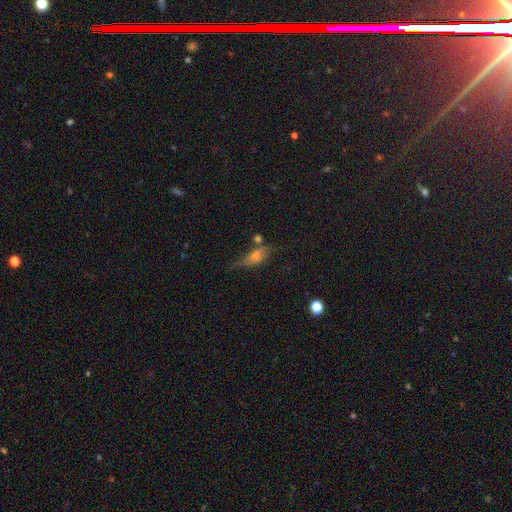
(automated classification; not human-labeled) Smooth or featured? Predicted: featured or disk (p=0.44). Merging? Predicted: none (p=0.58).